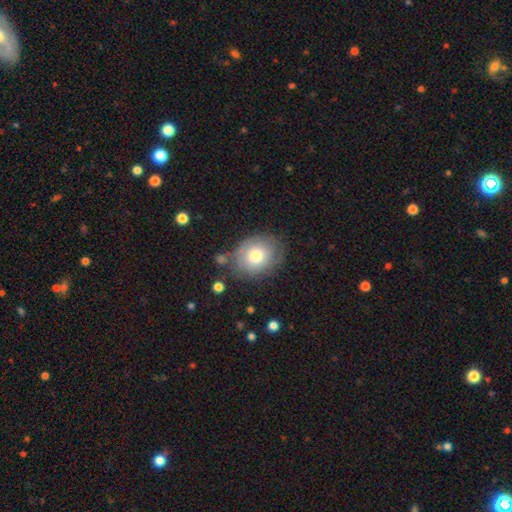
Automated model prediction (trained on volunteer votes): A smooth galaxy with no disk features (71%) that is round (59%). Merging: none (69%).